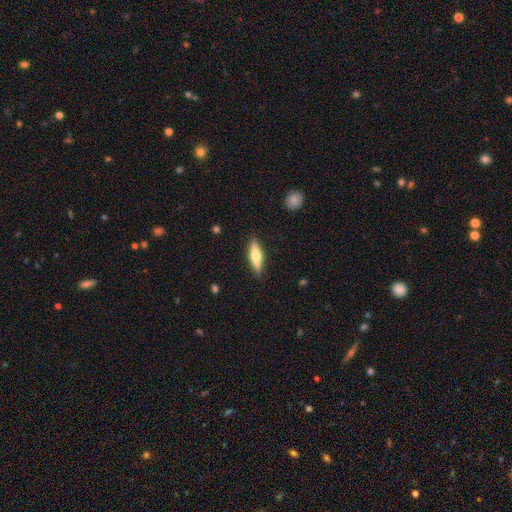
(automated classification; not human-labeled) smooth_or_featured: smooth (p=0.59) [alt: featured or disk p=0.35]
how_rounded: cigar-shaped (p=0.62) [alt: in between p=0.36]
merging: none (p=0.89) [alt: minor disturbance p=0.08]